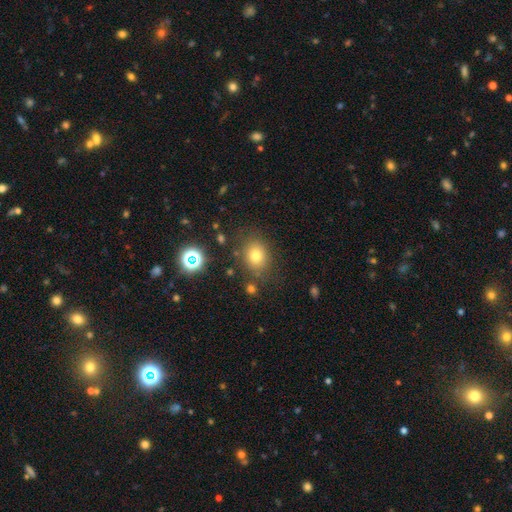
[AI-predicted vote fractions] Overall: smooth (75%). How rounded: round (57%; in between 42%). Merging: none (78%).